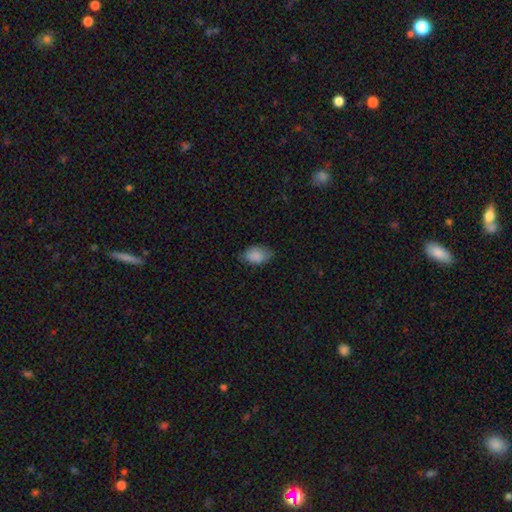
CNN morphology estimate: Q: Smooth or featured?
A: smooth (87%); runner-up: star or artifact (7%)
Q: How rounded?
A: in between (88%); runner-up: round (11%)
Q: Merging?
A: none (68%); runner-up: minor disturbance (26%)